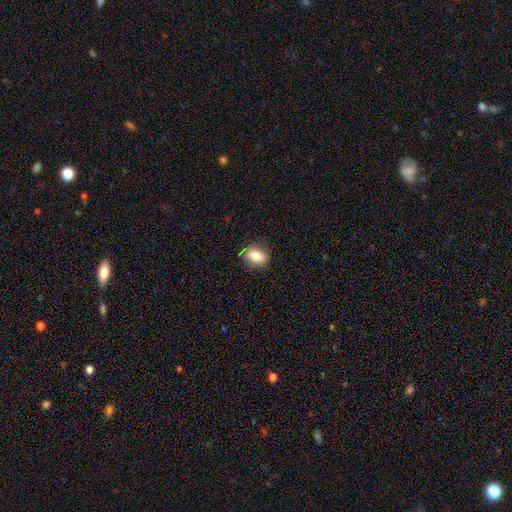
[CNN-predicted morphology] Smooth or featured? Predicted: smooth (p=0.85). How rounded? Predicted: in between (p=0.71). Merging? Predicted: none (p=0.85).